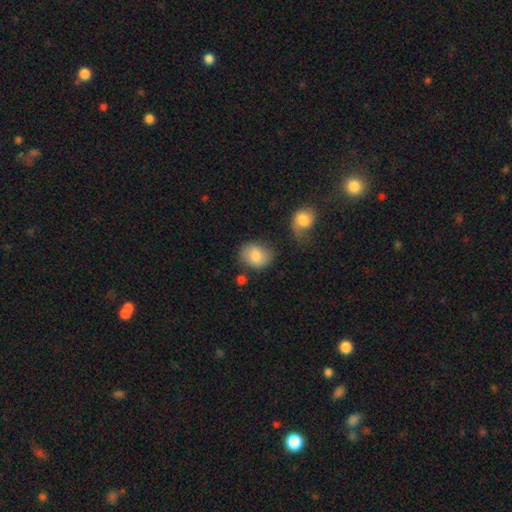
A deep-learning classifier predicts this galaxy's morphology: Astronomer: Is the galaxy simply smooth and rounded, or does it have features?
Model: smooth — 82%.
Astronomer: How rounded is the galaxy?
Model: in between — 50% (runner-up: round, 49%).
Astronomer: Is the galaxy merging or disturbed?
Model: none — 69%.